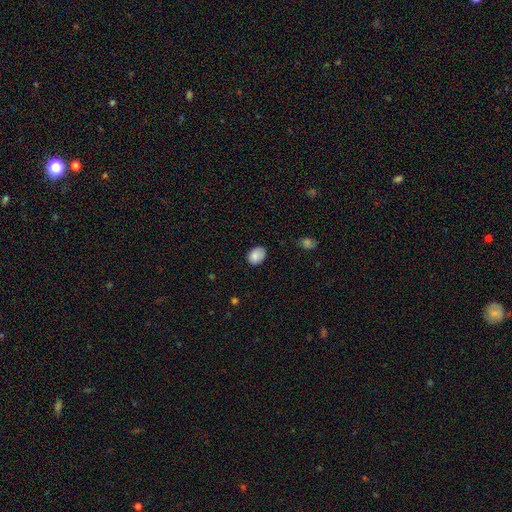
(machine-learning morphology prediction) smooth_or_featured: smooth (p=0.86) [alt: star or artifact p=0.08]
how_rounded: in between (p=0.67) [alt: round p=0.32]
merging: none (p=0.71) [alt: minor disturbance p=0.23]